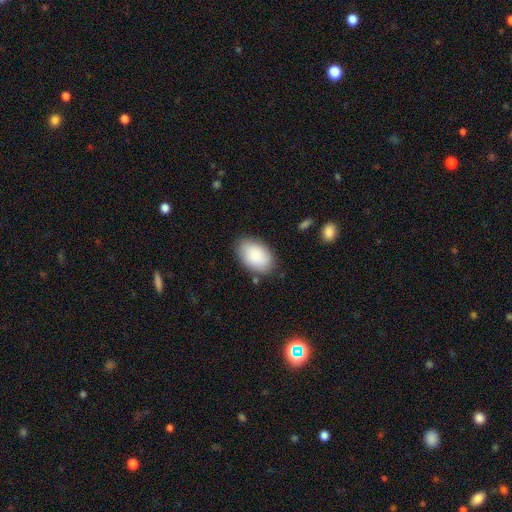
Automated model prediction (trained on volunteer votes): Smooth or featured? smooth (87%)
How rounded? in between (92%)
Merging? none (81%)